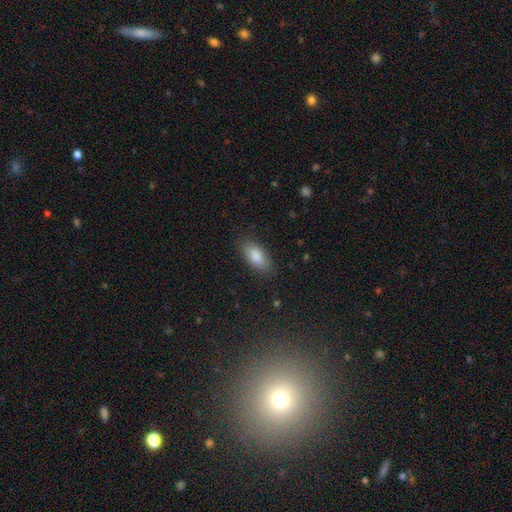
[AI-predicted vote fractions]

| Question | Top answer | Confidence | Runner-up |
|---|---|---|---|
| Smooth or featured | smooth | 85% | featured or disk (8%) |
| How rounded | in between | 86% | cigar-shaped (11%) |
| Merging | none | 86% | minor disturbance (10%) |